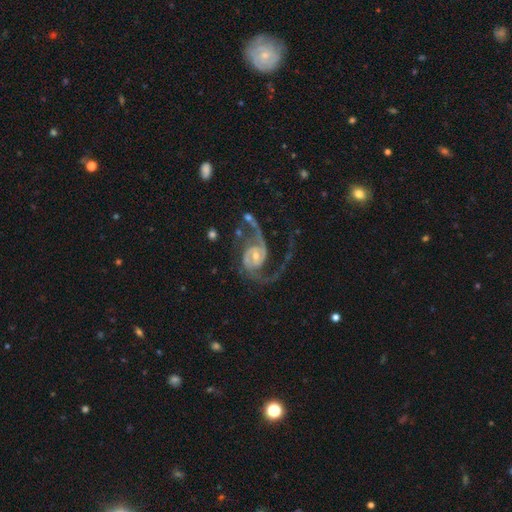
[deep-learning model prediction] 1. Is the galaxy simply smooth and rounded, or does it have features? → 92% featured or disk, 5% star or artifact, 4% smooth.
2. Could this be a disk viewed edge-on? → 98% no, 2% yes.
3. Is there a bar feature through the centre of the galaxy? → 55% no, 34% weak, 11% strong.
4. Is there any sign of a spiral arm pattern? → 97% yes, 3% no.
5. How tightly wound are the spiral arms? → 47% medium, 39% loose, 14% tight.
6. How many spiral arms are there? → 86% 2, 4% 1, 4% 3, 3% can't tell, 2% 4, 2% more than 4.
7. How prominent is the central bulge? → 50% moderate, 44% small, 4% large, 2% none, 1% dominant.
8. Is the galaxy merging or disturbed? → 46% none, 32% major disturbance, 16% minor disturbance, 7% merger.